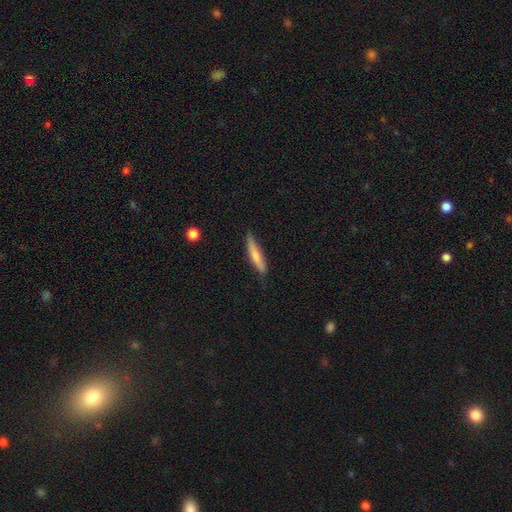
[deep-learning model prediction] A smooth galaxy with no disk features (68%) that is cigar-shaped (89%). Merging: none (80%).